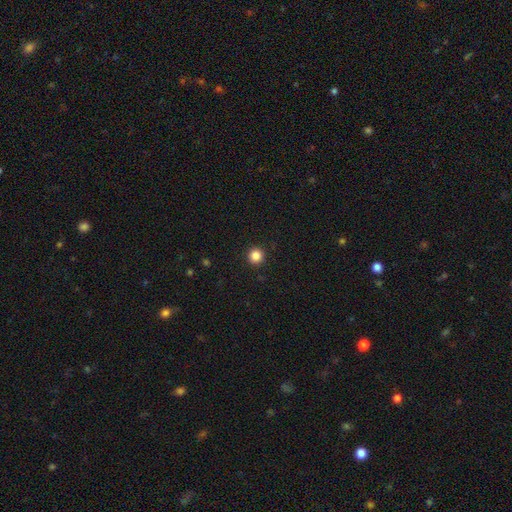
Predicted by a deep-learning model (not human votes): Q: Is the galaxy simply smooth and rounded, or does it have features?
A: smooth — 86%.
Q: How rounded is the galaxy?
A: round — 96%.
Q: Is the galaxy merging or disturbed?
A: none — 93%.